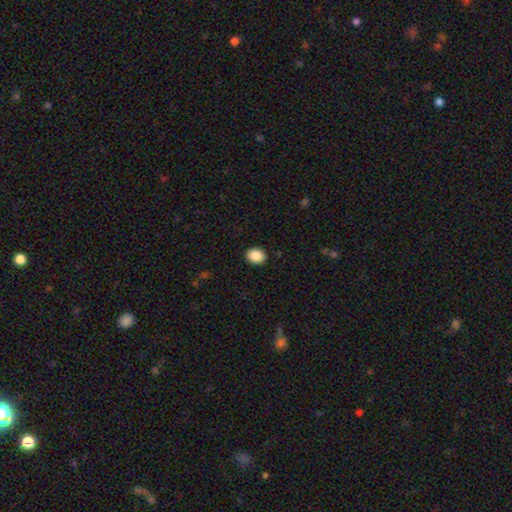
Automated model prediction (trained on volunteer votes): Smooth or featured?
  - smooth: 89% *
  - star or artifact: 8%
  - featured or disk: 3%
How rounded?
  - in between: 53% *
  - round: 46%
  - cigar-shaped: 1%
Merging?
  - none: 91% *
  - minor disturbance: 7%
  - major disturbance: 2%
  - merger: 1%